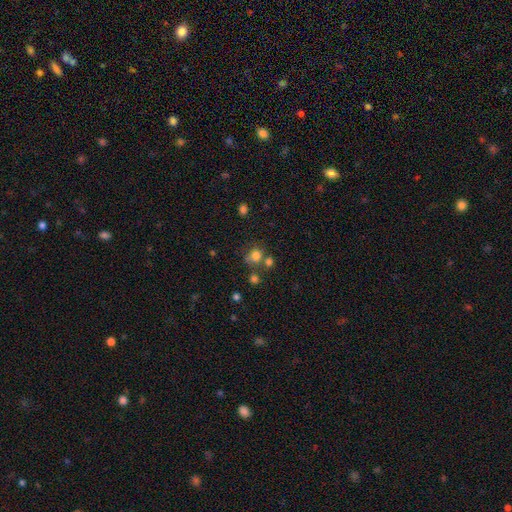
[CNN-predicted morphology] Smooth or featured?
  - smooth: 76% *
  - star or artifact: 15%
  - featured or disk: 9%
How rounded?
  - round: 77% *
  - in between: 22%
  - cigar-shaped: 1%
Merging?
  - none: 53% *
  - merger: 26%
  - minor disturbance: 13%
  - major disturbance: 8%